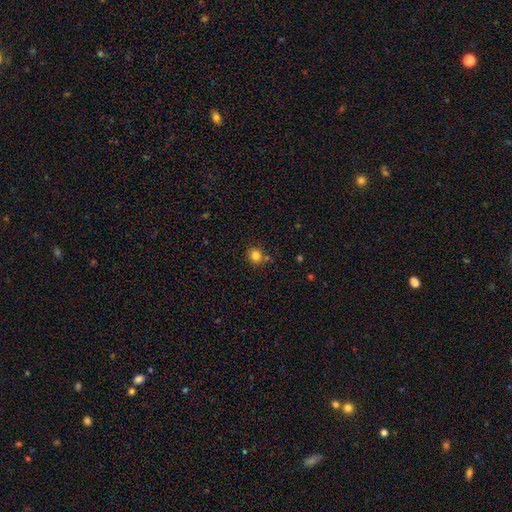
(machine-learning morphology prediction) This is clearly a smooth galaxy (82%). How rounded: clearly round (86%). Merging: likely none (77%).